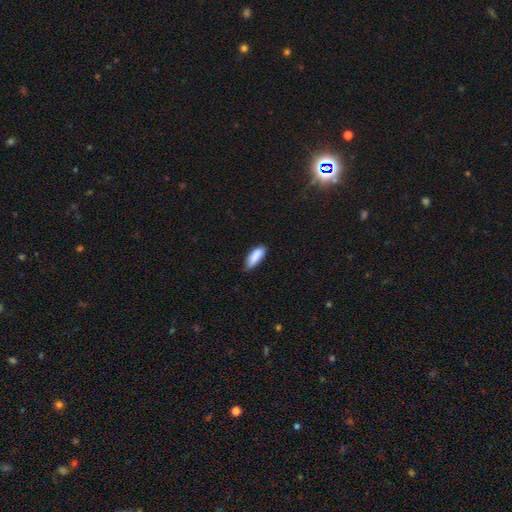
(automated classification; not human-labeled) smooth-or-featured: smooth: 87% | star or artifact: 6% | featured or disk: 6%
  how-rounded: in between: 67% | cigar-shaped: 31% | round: 2%
  merging: none: 66% | minor disturbance: 28% | major disturbance: 4% | merger: 2%